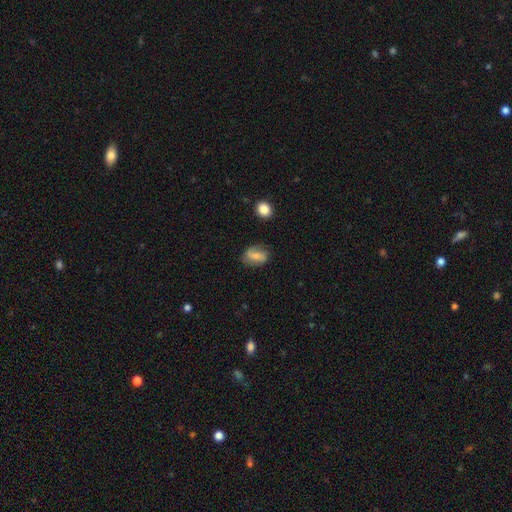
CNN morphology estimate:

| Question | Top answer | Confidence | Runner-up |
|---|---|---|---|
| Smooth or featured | smooth | 55% | featured or disk (36%) |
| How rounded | in between | 79% | round (18%) |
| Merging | none | 74% | minor disturbance (19%) |